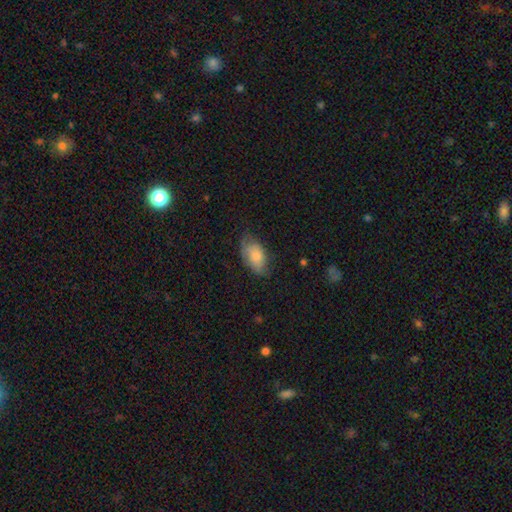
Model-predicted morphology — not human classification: Smooth or featured: smooth — 78% (featured or disk — 15%)
How rounded: in between — 93% (round — 5%)
Merging: none — 56% (minor disturbance — 32%)